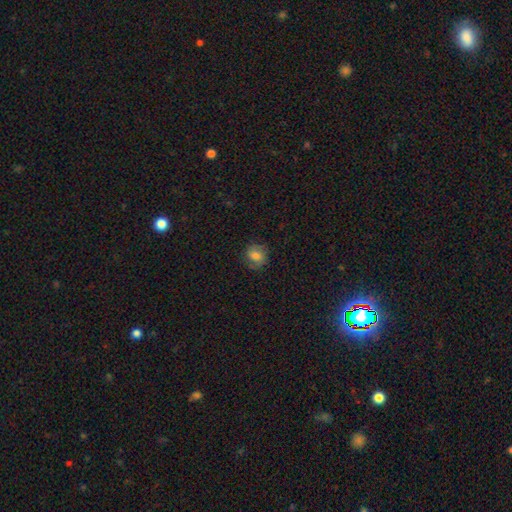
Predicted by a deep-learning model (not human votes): Smooth or featured? smooth (70%)
How rounded? round (73%)
Merging? none (77%)